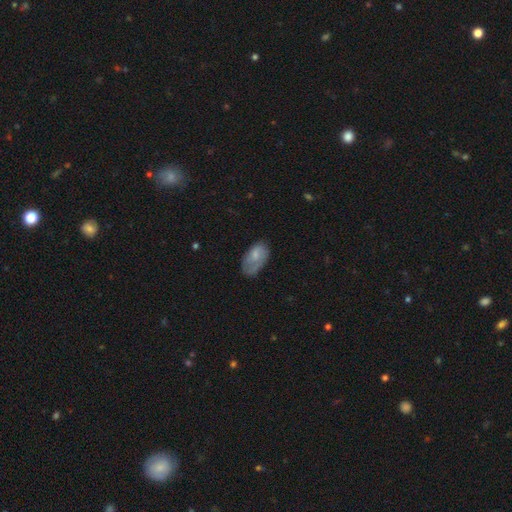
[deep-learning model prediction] This is likely a smooth galaxy (64%). How rounded: clearly in between (93%). Merging: possibly none (48%).